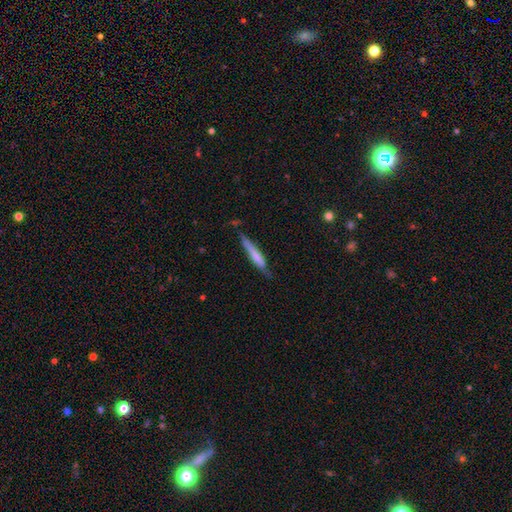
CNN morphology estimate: Overall: smooth (58%; featured or disk 36%). How rounded: cigar-shaped (93%). Merging: none (62%; minor disturbance 28%).